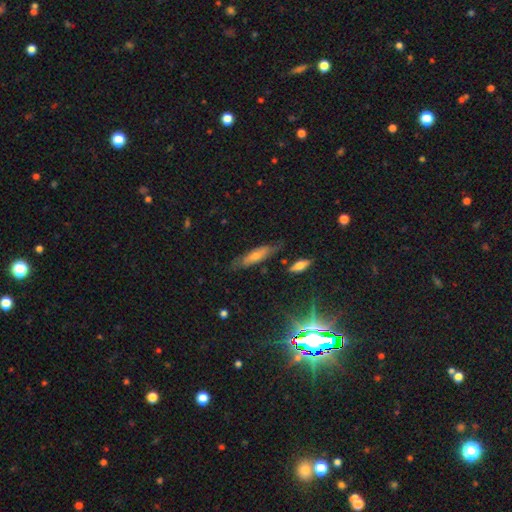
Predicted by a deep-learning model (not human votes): smooth 51%, featured or disk 41%, star or artifact 8%. Down the decision tree: how rounded — cigar-shaped (62%); merging — none (69%).